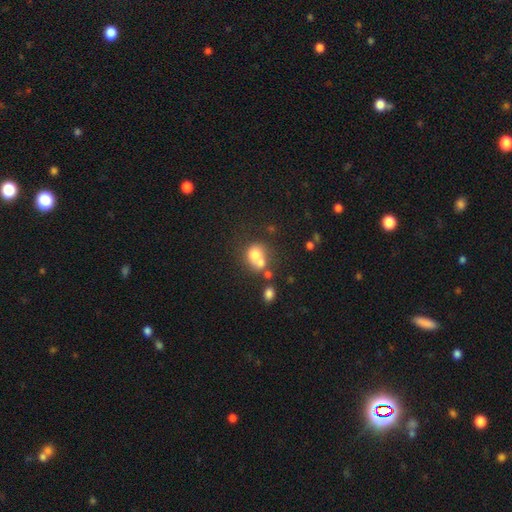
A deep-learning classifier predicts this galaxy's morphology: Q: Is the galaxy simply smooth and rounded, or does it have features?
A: smooth — 69%.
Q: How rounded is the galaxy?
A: round — 63%.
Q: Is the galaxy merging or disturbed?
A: merger — 54%.